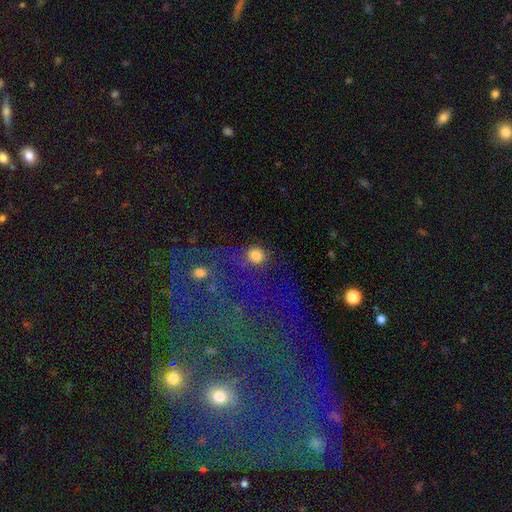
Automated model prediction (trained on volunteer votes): A smooth galaxy with no disk features (78%) that is round (89%). Merging: none (67%).